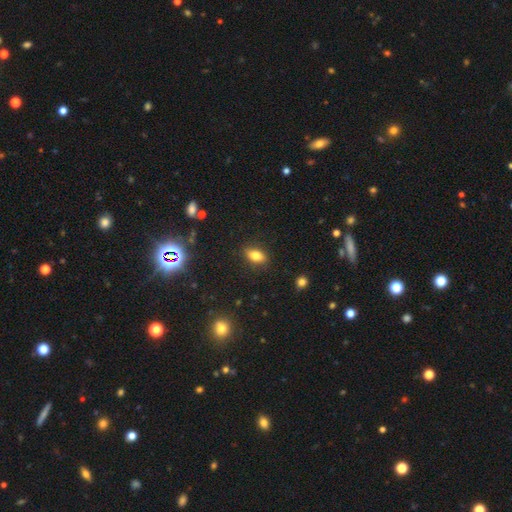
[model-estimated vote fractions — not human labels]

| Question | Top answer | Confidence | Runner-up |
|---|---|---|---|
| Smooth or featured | smooth | 78% | featured or disk (12%) |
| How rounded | in between | 83% | cigar-shaped (9%) |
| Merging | none | 85% | minor disturbance (11%) |